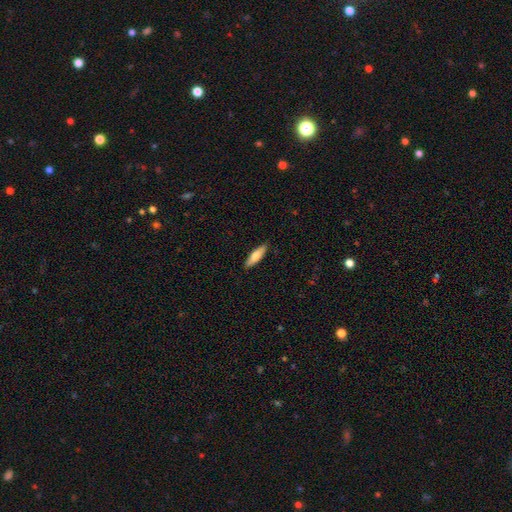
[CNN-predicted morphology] A smooth galaxy with no disk features (71%) that is cigar-shaped (63%).

Vote fractions:
- Smooth or featured? smooth: 71% / featured or disk: 23% / star or artifact: 5%
- How rounded? cigar-shaped: 63% / in between: 36% / round: 2%
- Merging? none: 89% / minor disturbance: 9% / major disturbance: 2% / merger: 1%